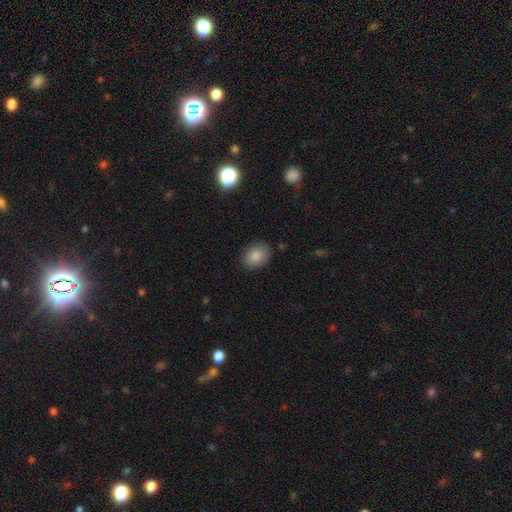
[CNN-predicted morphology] Smooth or featured: smooth — 84% (star or artifact — 8%)
How rounded: in between — 72% (round — 27%)
Merging: none — 85% (minor disturbance — 11%)